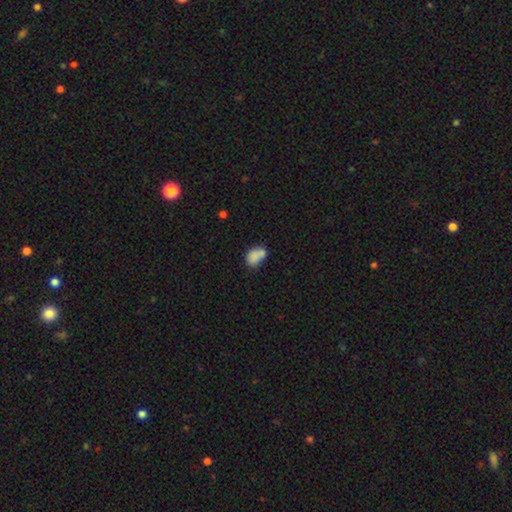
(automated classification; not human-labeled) smooth-or-featured: smooth: 78% | featured or disk: 13% | star or artifact: 9%
  how-rounded: in between: 77% | round: 22% | cigar-shaped: 2%
  merging: none: 37% | merger: 35% | minor disturbance: 20% | major disturbance: 8%